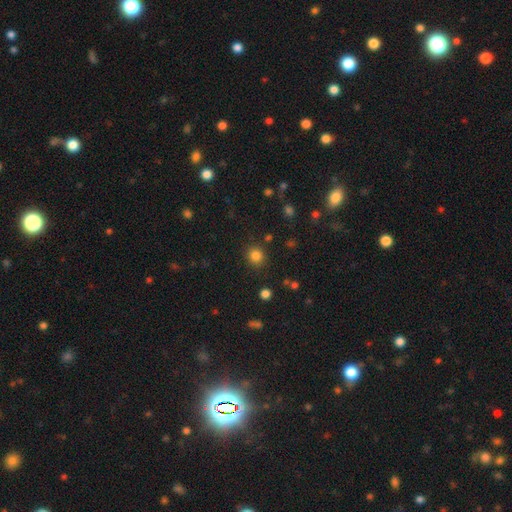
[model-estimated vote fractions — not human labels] Morphology: type=smooth (83%); roundness=round (89%); merging=none (87%).